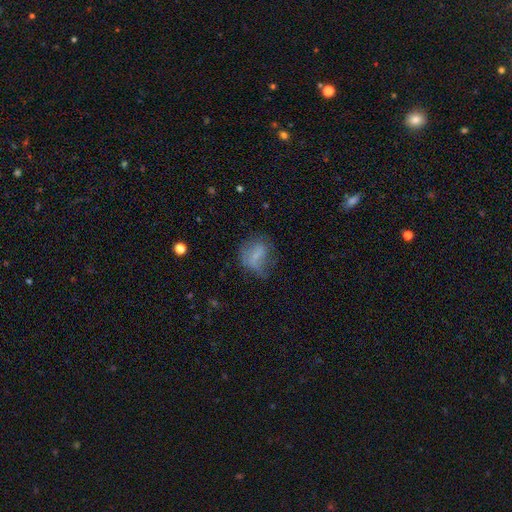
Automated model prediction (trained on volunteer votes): This is possibly a smooth galaxy (57%). How rounded: possibly in between (56%). Merging: marginally none (44%).